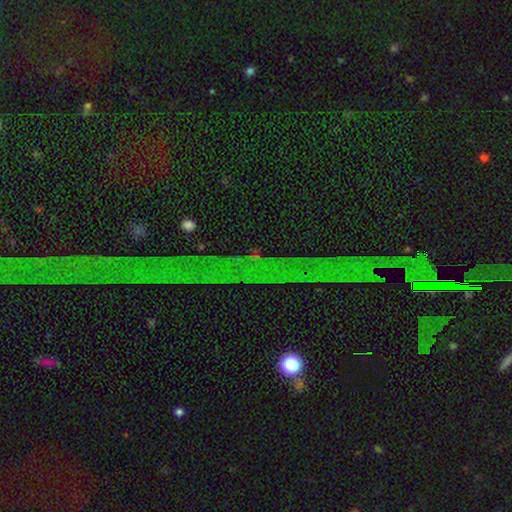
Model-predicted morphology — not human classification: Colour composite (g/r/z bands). It shows a star or artifact, not a galaxy (70%).